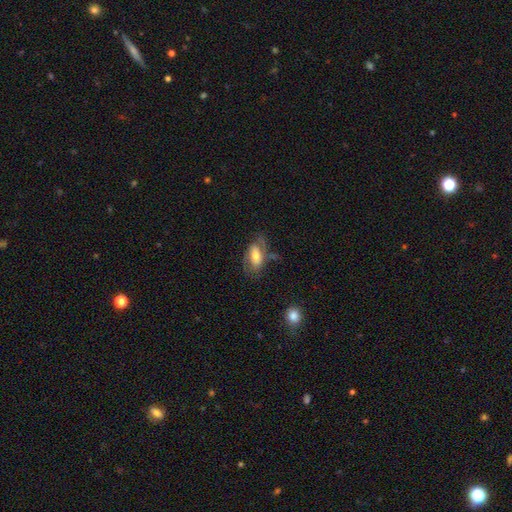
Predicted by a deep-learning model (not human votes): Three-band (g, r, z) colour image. It shows a featured or disk galaxy (48%). Merging: none (53%).